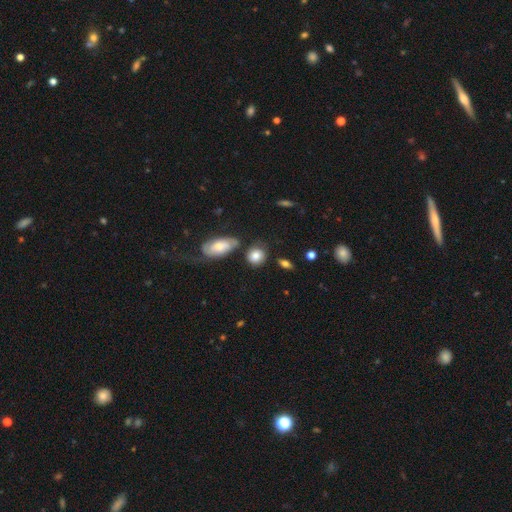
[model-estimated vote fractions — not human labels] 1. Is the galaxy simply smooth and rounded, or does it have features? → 81% smooth, 10% featured or disk, 8% star or artifact.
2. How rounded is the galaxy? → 76% round, 22% in between, 2% cigar-shaped.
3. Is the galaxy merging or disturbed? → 70% none, 15% minor disturbance, 10% merger, 5% major disturbance.